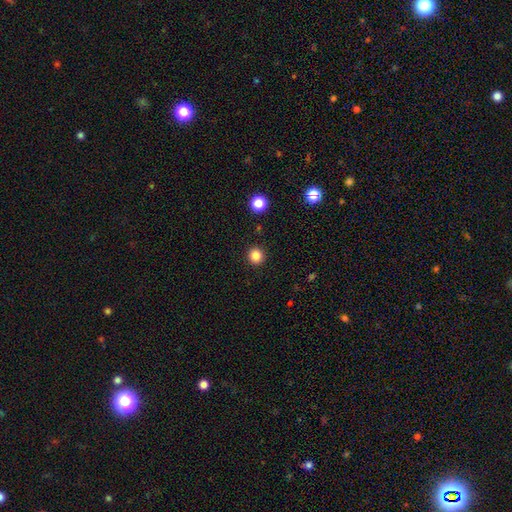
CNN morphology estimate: A smooth galaxy with no disk features (84%) that is round (94%).

Vote fractions:
- Smooth or featured? smooth: 84% / star or artifact: 12% / featured or disk: 4%
- How rounded? round: 94% / in between: 5% / cigar-shaped: 1%
- Merging? none: 92% / minor disturbance: 5% / major disturbance: 2% / merger: 1%